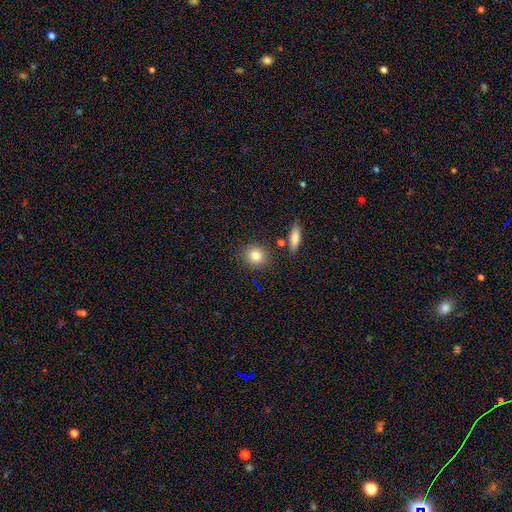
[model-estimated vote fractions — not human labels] Morphology: type=smooth (83%); roundness=round (76%); merging=none (82%).